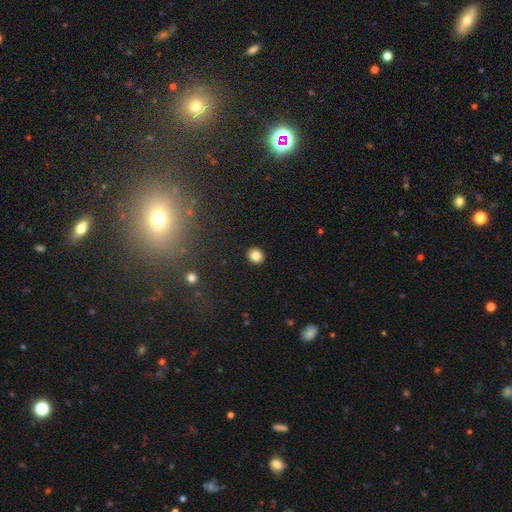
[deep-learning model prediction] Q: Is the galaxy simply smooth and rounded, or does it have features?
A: smooth — 83%.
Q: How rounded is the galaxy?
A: round — 85%.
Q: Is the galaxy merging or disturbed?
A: none — 93%.